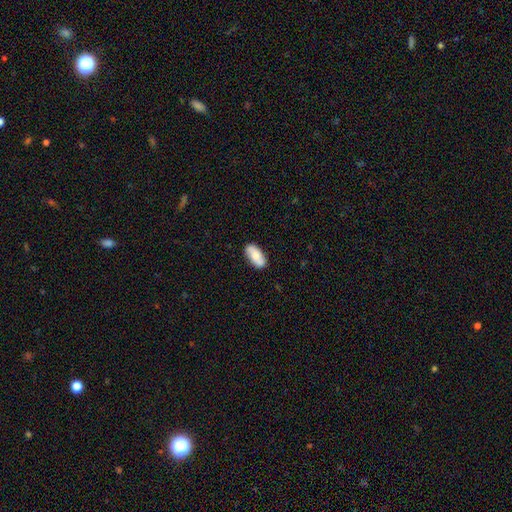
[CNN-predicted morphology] The model was most divided on "smooth or featured": smooth: 64%, featured or disk: 29%, star or artifact: 7%. More confident: how rounded — in between (90%); merging — none (83%).